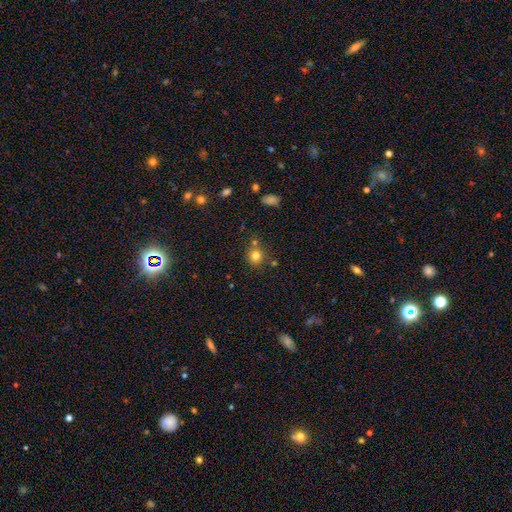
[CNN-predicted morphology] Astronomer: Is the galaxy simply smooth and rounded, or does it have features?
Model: smooth — 79%.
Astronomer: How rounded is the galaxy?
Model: round — 82%.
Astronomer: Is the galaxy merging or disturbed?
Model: none — 75%.